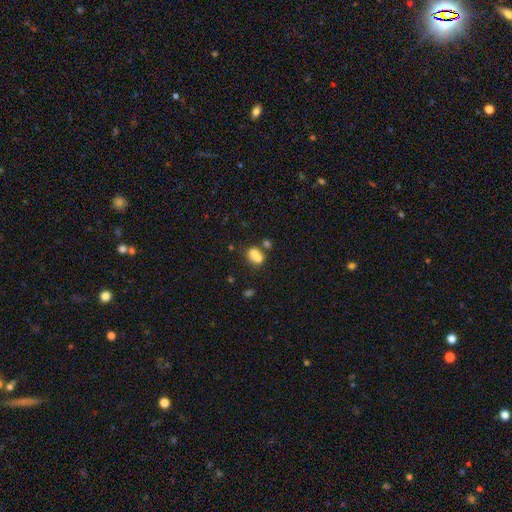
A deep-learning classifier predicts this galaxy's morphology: Q: Smooth or featured?
A: smooth (71%); runner-up: featured or disk (17%)
Q: How rounded?
A: in between (52%); runner-up: round (47%)
Q: Merging?
A: merger (58%); runner-up: none (28%)